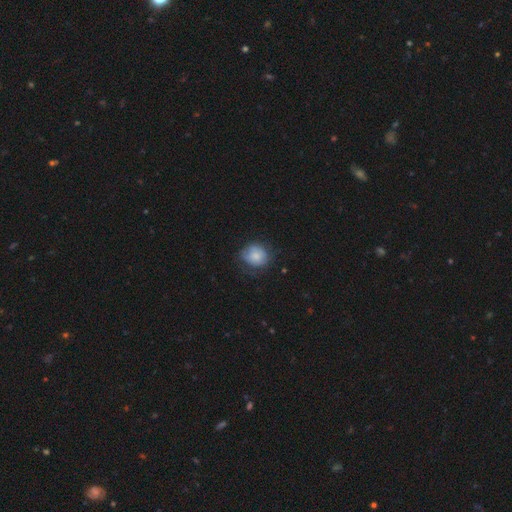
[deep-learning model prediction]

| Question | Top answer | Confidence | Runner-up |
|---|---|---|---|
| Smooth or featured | smooth | 75% | featured or disk (17%) |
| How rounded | round | 73% | in between (26%) |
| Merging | none | 60% | minor disturbance (28%) |